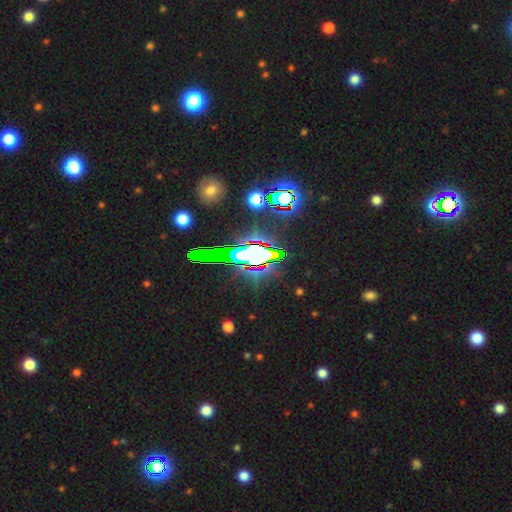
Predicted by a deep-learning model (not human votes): Overall: star or artifact (67%).